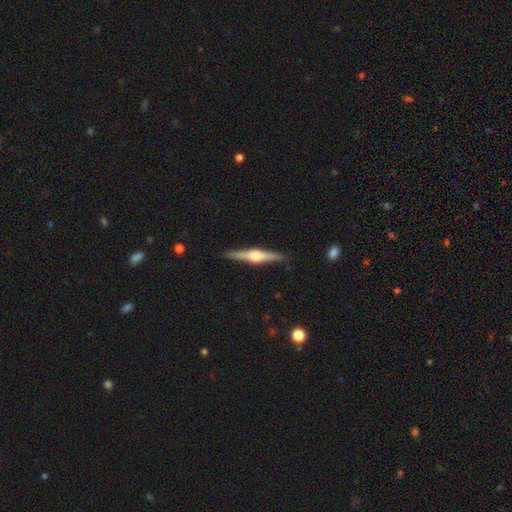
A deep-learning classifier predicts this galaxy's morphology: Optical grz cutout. It shows a featured or disk galaxy (75%) viewed edge-on (98%) with a rounded central bulge (92%). Merging: none (91%).